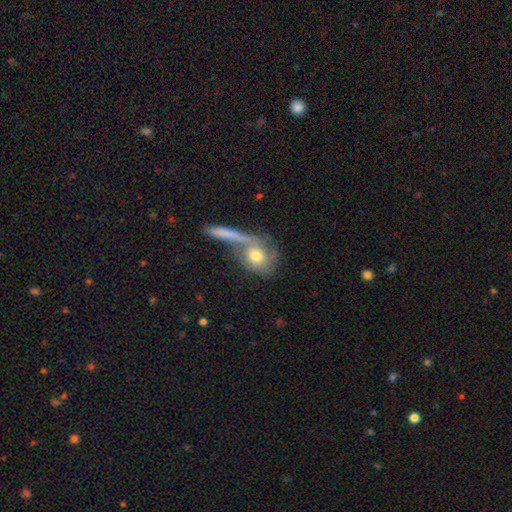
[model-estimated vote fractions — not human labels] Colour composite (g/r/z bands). It shows a smooth galaxy with no disk features (59%) that is round (62%). Merging: none (43%).